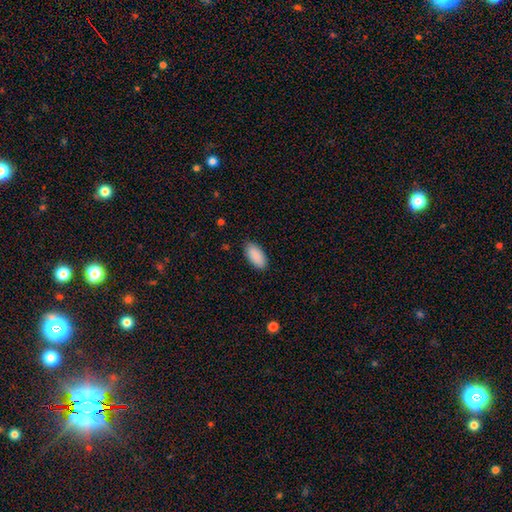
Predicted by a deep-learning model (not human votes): Morphology: type=smooth (90%); roundness=in between (94%); merging=none (87%).